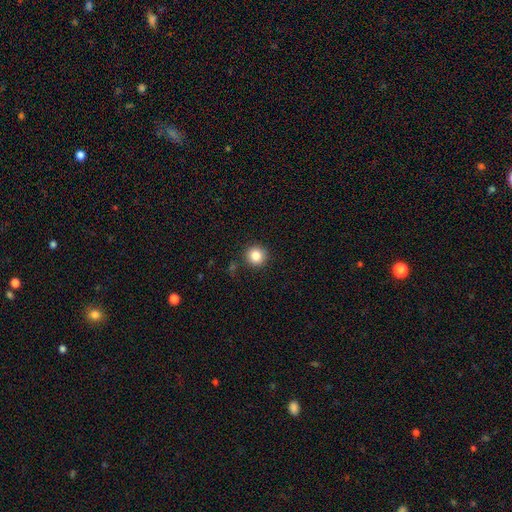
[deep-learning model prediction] smooth 85%, star or artifact 10%, featured or disk 5%. Down the decision tree: how rounded — round (93%); merging — none (88%).